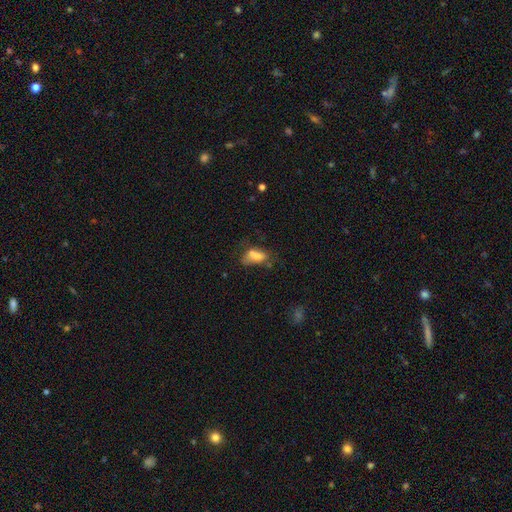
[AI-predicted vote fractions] smooth 67%, featured or disk 21%, star or artifact 12%. Down the decision tree: how rounded — in between (83%); merging — none (33%).